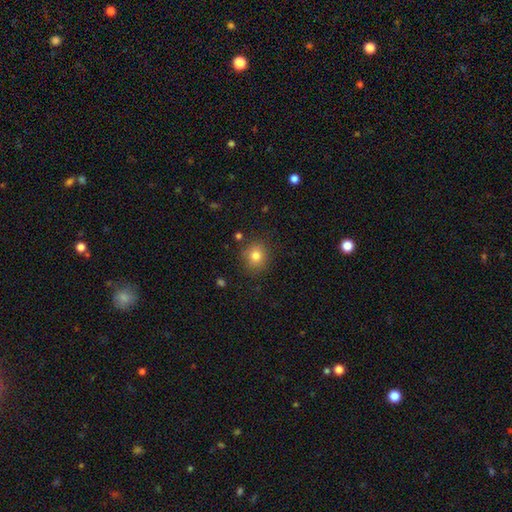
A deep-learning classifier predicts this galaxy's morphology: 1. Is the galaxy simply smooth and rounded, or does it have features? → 81% smooth, 12% star or artifact, 8% featured or disk.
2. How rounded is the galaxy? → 81% round, 19% in between, 1% cigar-shaped.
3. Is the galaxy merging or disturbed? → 85% none, 10% minor disturbance, 3% major disturbance, 2% merger.